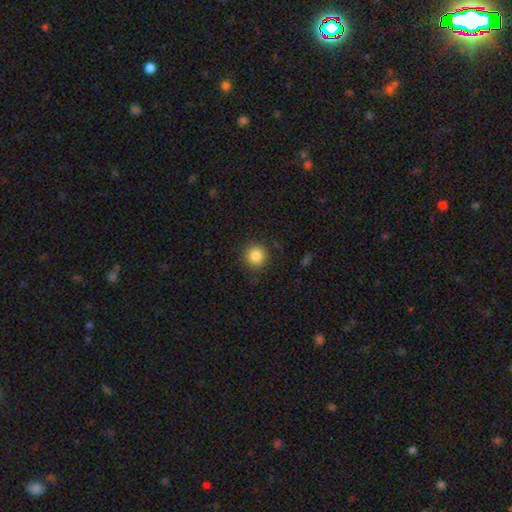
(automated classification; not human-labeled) smooth 85%, star or artifact 10%, featured or disk 5%. Down the decision tree: how rounded — round (92%); merging — none (89%).